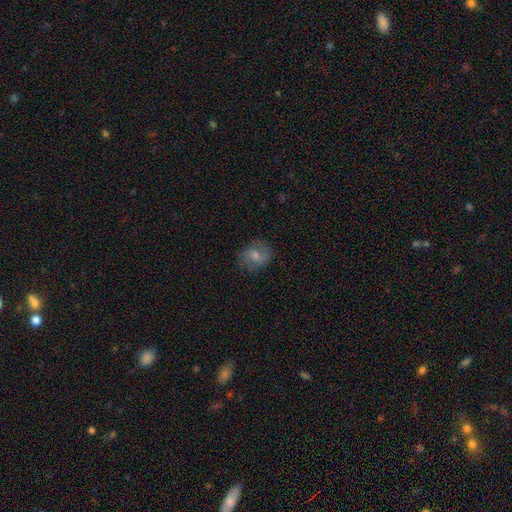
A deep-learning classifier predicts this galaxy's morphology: A smooth galaxy with no disk features (56%) that is round (57%). Merging: none (75%).